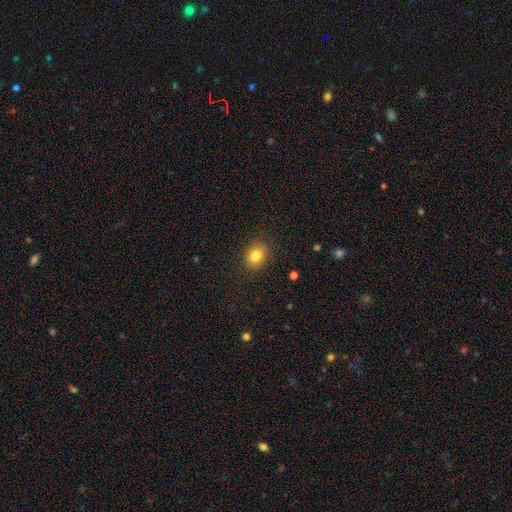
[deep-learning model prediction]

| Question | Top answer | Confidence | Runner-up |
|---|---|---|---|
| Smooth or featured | smooth | 82% | star or artifact (10%) |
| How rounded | round | 50% | in between (49%) |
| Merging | none | 86% | minor disturbance (10%) |